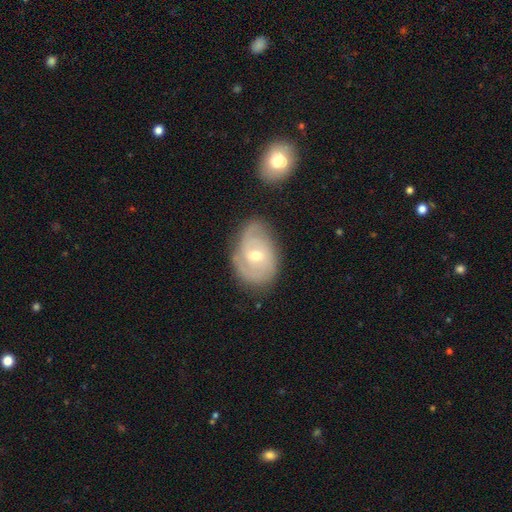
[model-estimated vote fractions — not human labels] smooth_or_featured: featured or disk (p=0.77) [alt: smooth p=0.17]
disk_edge_on: no (p=0.96) [alt: yes p=0.04]
bar: weak (p=0.46) [tied with: no p=0.46]
has_spiral_arms: yes (p=0.89) [alt: no p=0.11]
spiral_winding: tight (p=0.58) [alt: medium p=0.33]
spiral_arm_count: 2 (p=0.47) [alt: can't tell p=0.28]
bulge_size: moderate (p=0.60) [alt: small p=0.36]
merging: none (p=0.66) [alt: minor disturbance p=0.23]